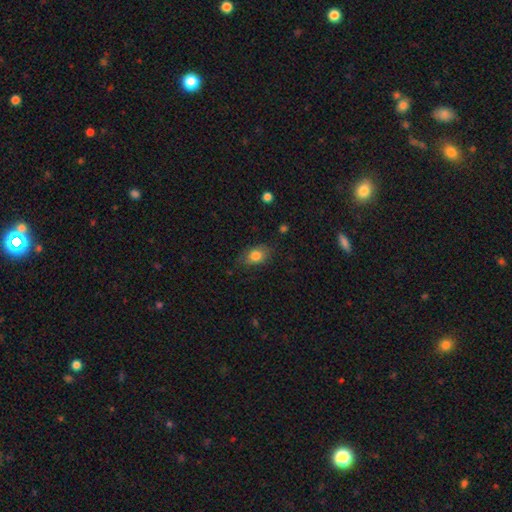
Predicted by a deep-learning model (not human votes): The model was most divided on "merging": none: 75%, minor disturbance: 19%, major disturbance: 4%, merger: 1%. More confident: smooth or featured — smooth (81%); how rounded — in between (78%).